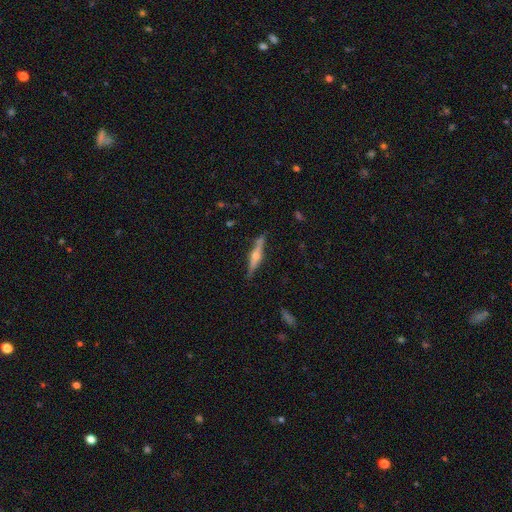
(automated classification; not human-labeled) Morphology: type=featured or disk (70%); edge-on=yes (97%); edge-on bulge=rounded (87%); merging=none (84%).